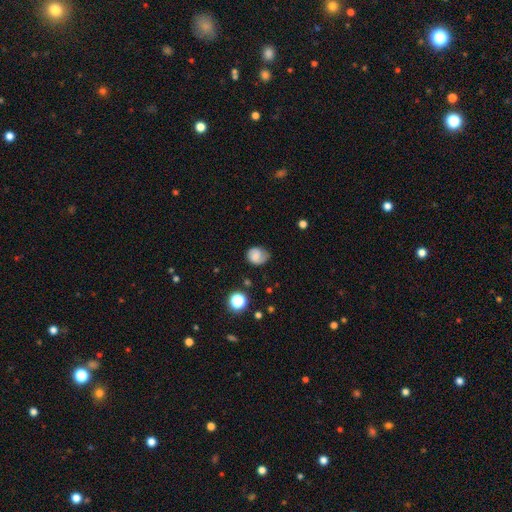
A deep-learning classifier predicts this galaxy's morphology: smooth 65%, featured or disk 24%, star or artifact 11%. Down the decision tree: how rounded — round (64%); merging — none (61%).